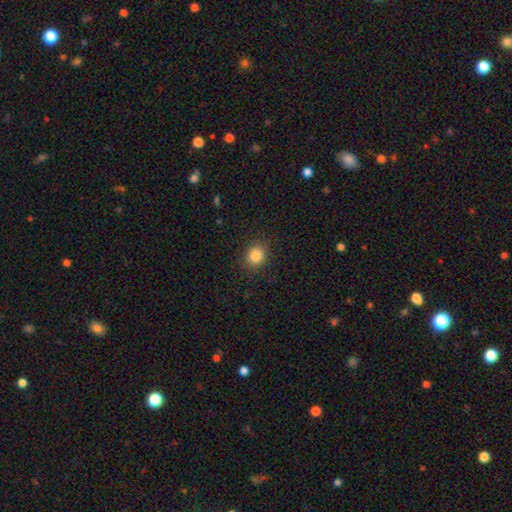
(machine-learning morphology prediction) This appears to be a smooth galaxy with no disk features (84%) that is round (68%). Merging: none (88%).